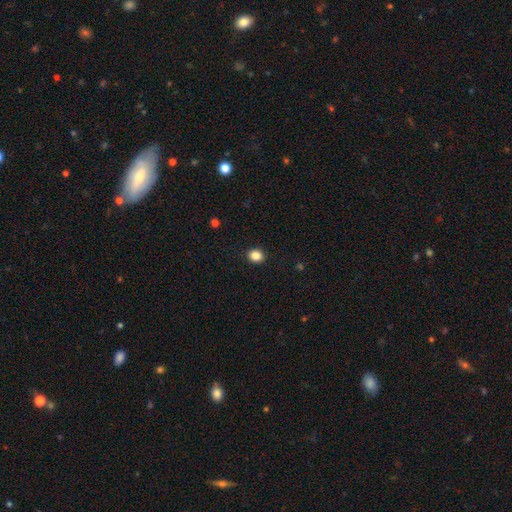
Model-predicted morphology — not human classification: This is clearly a smooth galaxy (86%). How rounded: likely round (64%). Merging: clearly none (91%).